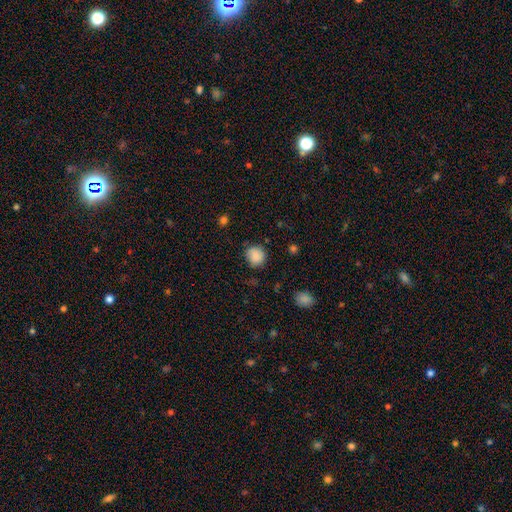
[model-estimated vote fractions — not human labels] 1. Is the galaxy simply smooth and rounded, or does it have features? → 85% smooth, 9% star or artifact, 6% featured or disk.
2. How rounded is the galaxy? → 85% round, 14% in between, 1% cigar-shaped.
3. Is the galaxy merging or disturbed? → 77% none, 18% minor disturbance, 4% major disturbance, 2% merger.